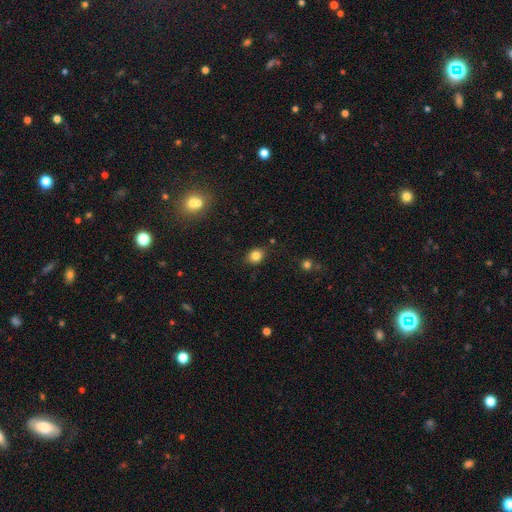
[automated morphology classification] A smooth galaxy with no disk features (82%) that is round (50%).

Vote fractions:
- Smooth or featured? smooth: 82% / star or artifact: 11% / featured or disk: 7%
- How rounded? round: 50% / in between: 49% / cigar-shaped: 1%
- Merging? none: 82% / minor disturbance: 13% / major disturbance: 3% / merger: 2%